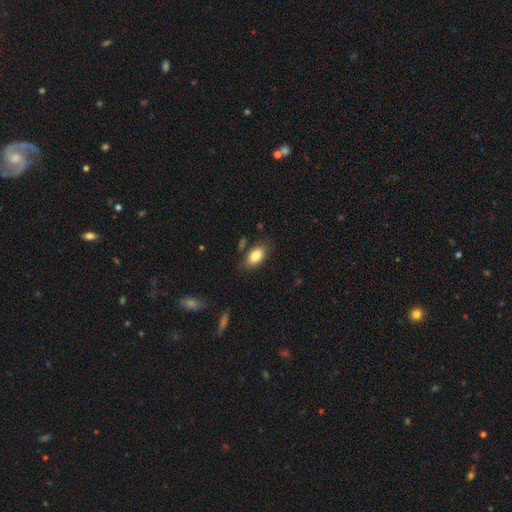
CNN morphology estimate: The model was most divided on "merging": none: 77%, minor disturbance: 15%, major disturbance: 4%, merger: 4%. More confident: how rounded — in between (91%); smooth or featured — smooth (84%).